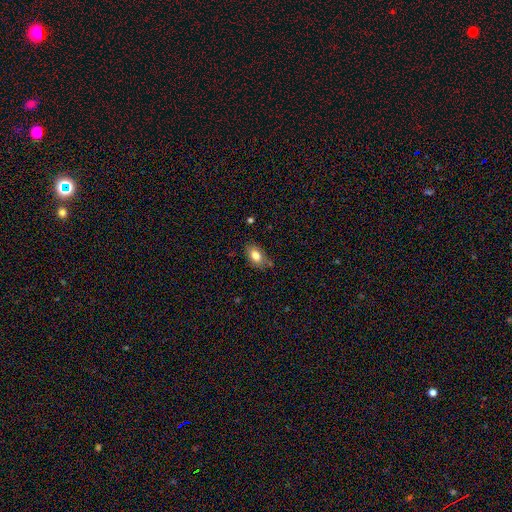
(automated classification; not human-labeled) A smooth galaxy with no disk features (81%) that is in between round and cigar-shaped (85%). Merging: none (74%).